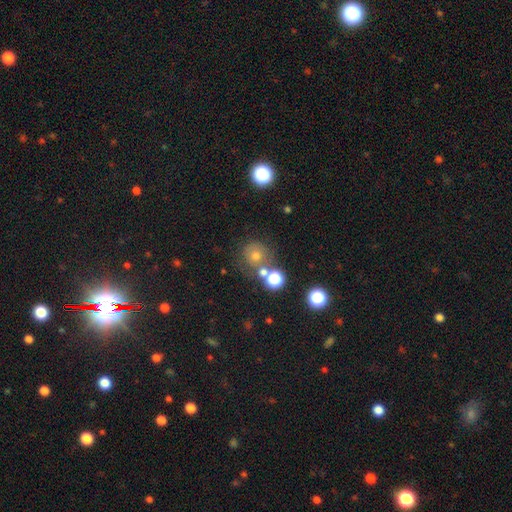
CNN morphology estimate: smooth 60%, star or artifact 25%, featured or disk 16%. Down the decision tree: how rounded — round (90%); merging — none (66%).